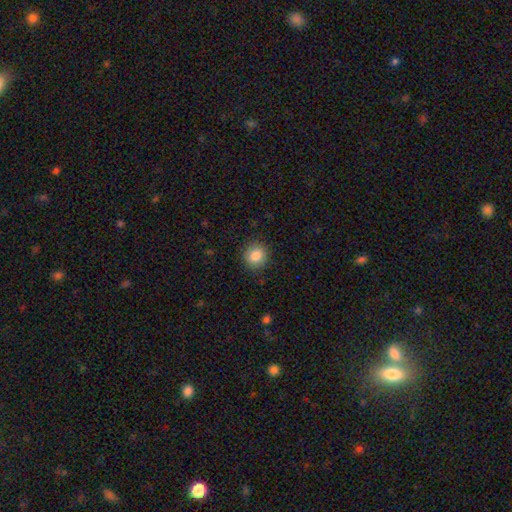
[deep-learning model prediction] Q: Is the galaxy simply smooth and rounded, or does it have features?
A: smooth — 85%.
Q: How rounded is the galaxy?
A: round — 87%.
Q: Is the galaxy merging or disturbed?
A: none — 89%.